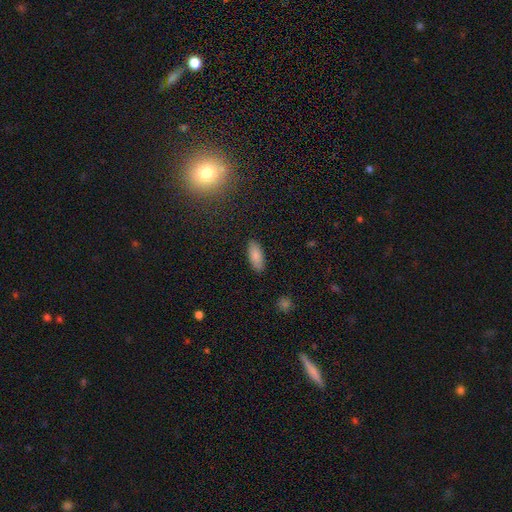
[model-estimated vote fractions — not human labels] This is clearly a smooth galaxy (85%). How rounded: clearly in between (81%). Merging: clearly none (88%).